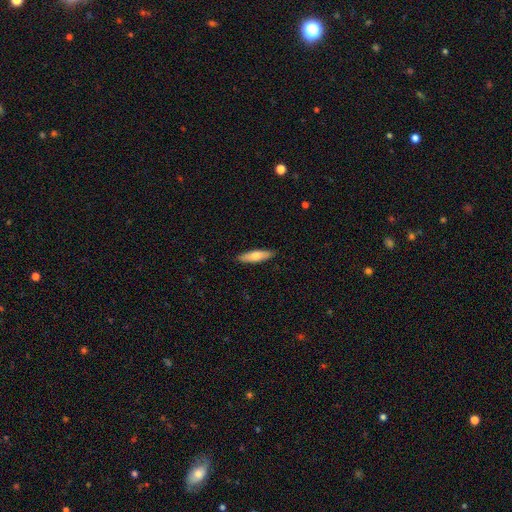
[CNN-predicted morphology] This is likely a smooth galaxy (71%). How rounded: likely cigar-shaped (67%). Merging: clearly none (90%).